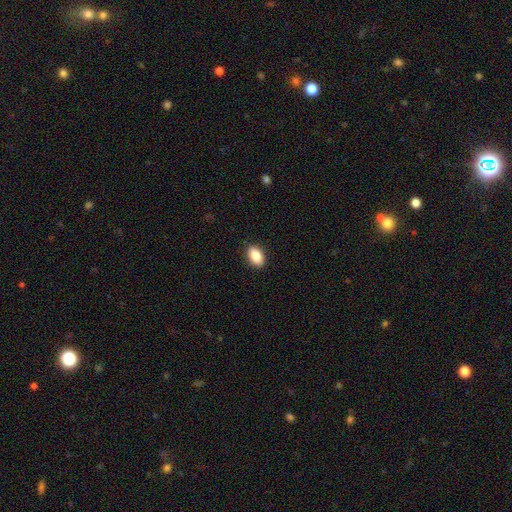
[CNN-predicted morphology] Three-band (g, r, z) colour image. It shows a smooth galaxy with no disk features (87%) that is in between round and cigar-shaped (90%). Merging: none (90%).